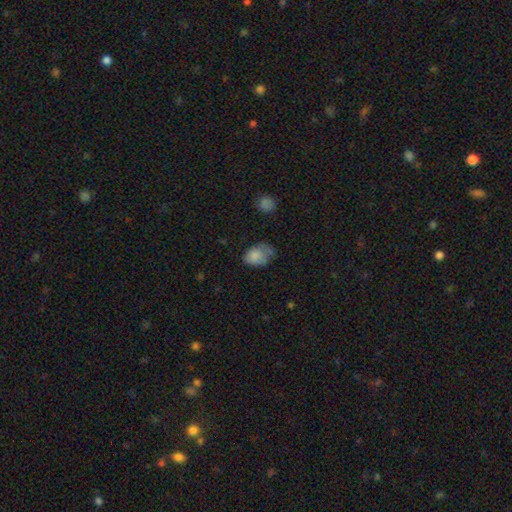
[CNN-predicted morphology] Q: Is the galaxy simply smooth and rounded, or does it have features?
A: smooth — 78%.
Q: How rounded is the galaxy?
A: in between — 75%.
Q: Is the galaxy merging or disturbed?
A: none — 41%.